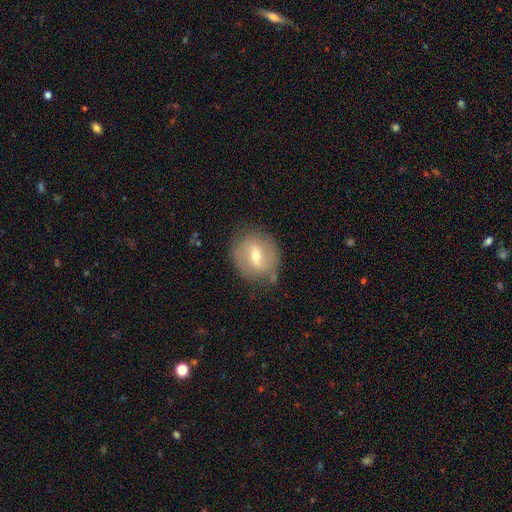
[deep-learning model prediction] smooth_or_featured: featured or disk (p=0.51) [alt: smooth p=0.41]
disk_edge_on: no (p=0.93) [alt: yes p=0.07]
merging: none (p=0.75) [alt: minor disturbance p=0.18]